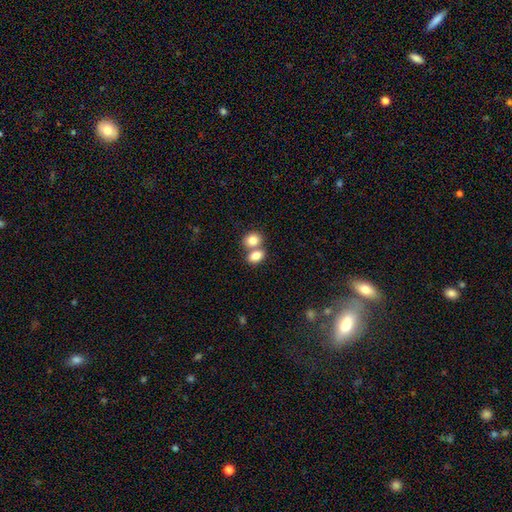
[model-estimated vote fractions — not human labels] Q: Smooth or featured?
A: smooth (82%); runner-up: featured or disk (10%)
Q: How rounded?
A: in between (70%); runner-up: round (29%)
Q: Merging?
A: merger (54%); runner-up: none (36%)